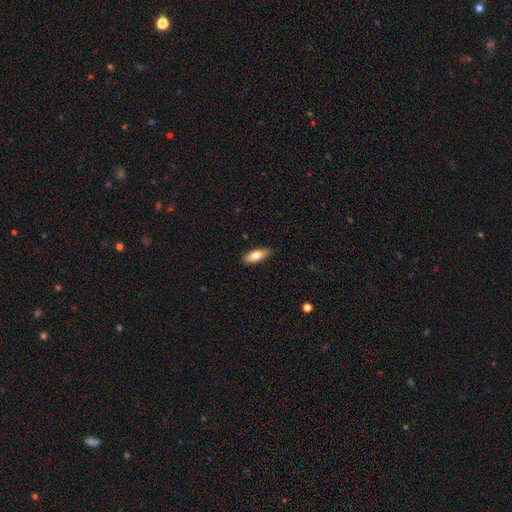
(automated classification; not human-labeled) This appears to be a smooth galaxy with no disk features (74%) that is in between round and cigar-shaped (73%). Merging: none (84%).